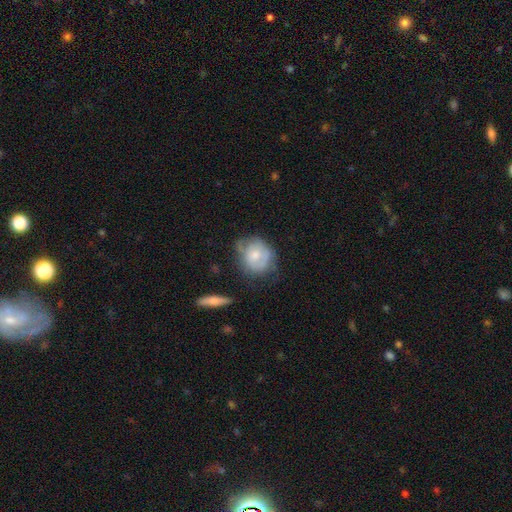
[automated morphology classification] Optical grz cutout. It shows a smooth galaxy with no disk features (54%) that is round (63%). Merging: none (46%).